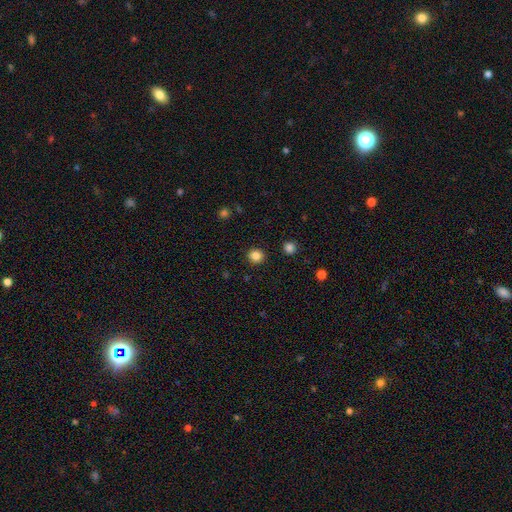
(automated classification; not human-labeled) Morphology: type=smooth (84%); roundness=round (90%); merging=none (91%).